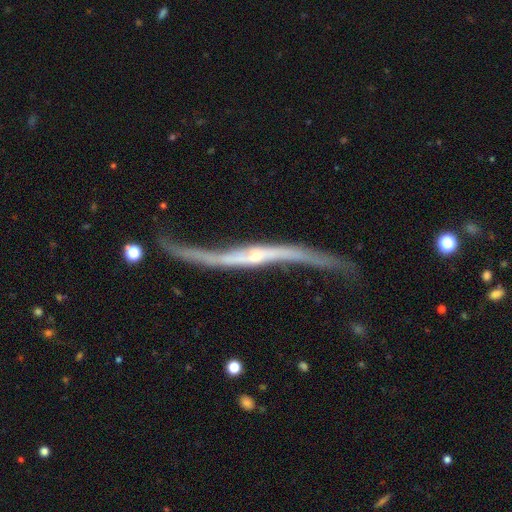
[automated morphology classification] smooth-or-featured: featured or disk: 89% | star or artifact: 5% | smooth: 5%
  disk-edge-on: no: 51% | yes: 49%
  merging: none: 53% | minor disturbance: 22% | major disturbance: 18% | merger: 6%